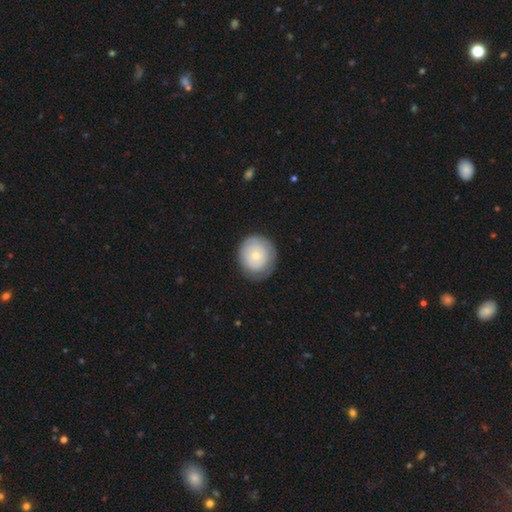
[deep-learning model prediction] Smooth or featured? smooth (65%)
How rounded? round (86%)
Merging? none (74%)